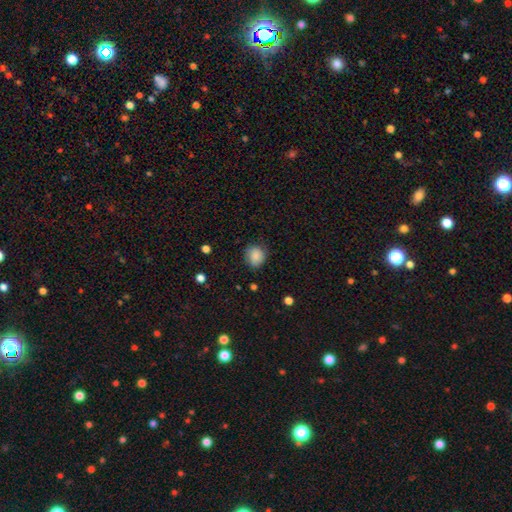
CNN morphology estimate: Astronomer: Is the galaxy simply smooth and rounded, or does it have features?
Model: smooth — 86%.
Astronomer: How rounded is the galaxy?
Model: round — 73%.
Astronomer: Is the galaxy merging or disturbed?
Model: none — 77%.